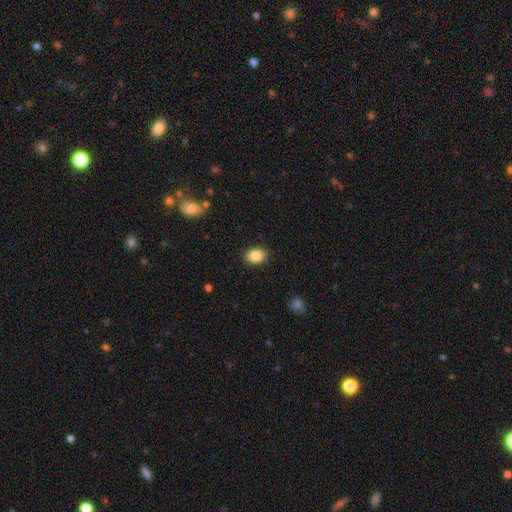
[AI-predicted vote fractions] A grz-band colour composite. It shows a smooth galaxy with no disk features (87%) that is in between round and cigar-shaped (70%). Merging: none (89%).